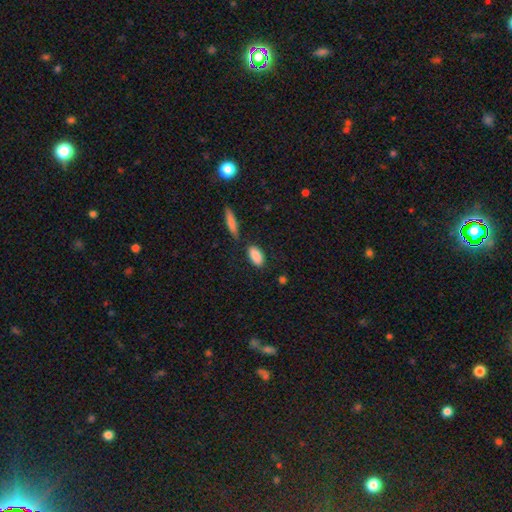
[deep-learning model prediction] smooth_or_featured: smooth (p=0.87) [alt: star or artifact p=0.07]
how_rounded: in between (p=0.90) [alt: cigar-shaped p=0.07]
merging: none (p=0.75) [alt: minor disturbance p=0.13]